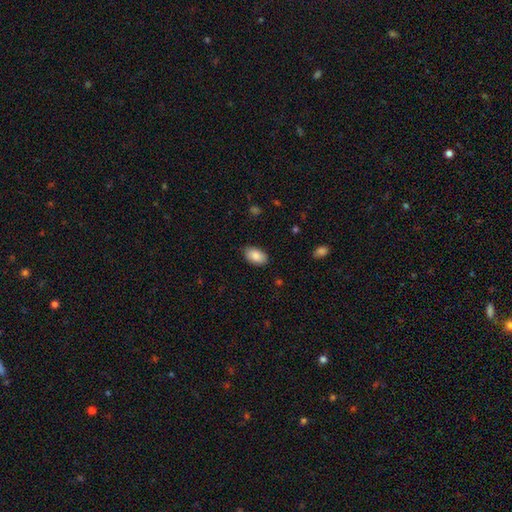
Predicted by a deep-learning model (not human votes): smooth-or-featured: smooth: 87% | featured or disk: 7% | star or artifact: 6%
  how-rounded: in between: 94% | round: 5% | cigar-shaped: 1%
  merging: none: 85% | minor disturbance: 11% | major disturbance: 2% | merger: 1%